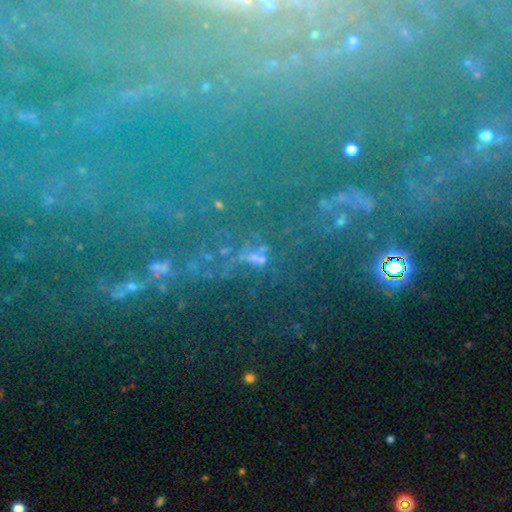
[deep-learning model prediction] star or artifact 66%, featured or disk 17%, smooth 16%.